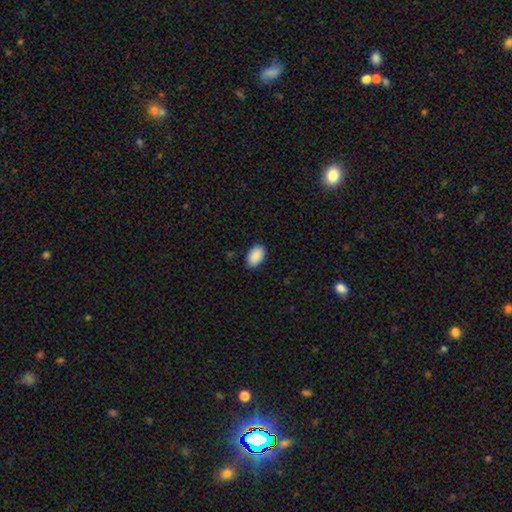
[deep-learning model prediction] This is clearly a smooth galaxy (91%). How rounded: clearly in between (93%). Merging: clearly none (87%).